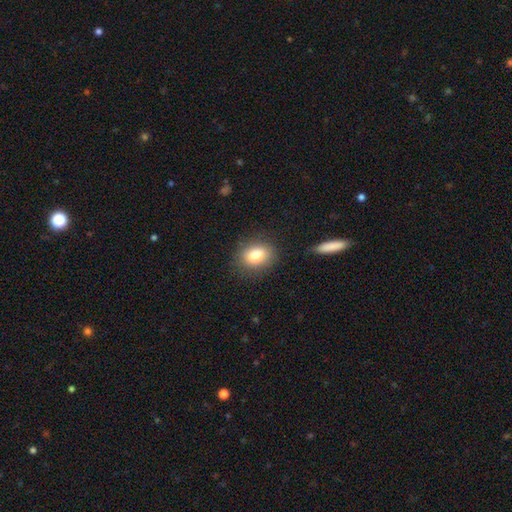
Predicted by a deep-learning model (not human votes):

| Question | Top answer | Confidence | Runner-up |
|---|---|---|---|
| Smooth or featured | smooth | 81% | featured or disk (9%) |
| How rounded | in between | 63% | round (36%) |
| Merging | none | 84% | minor disturbance (11%) |